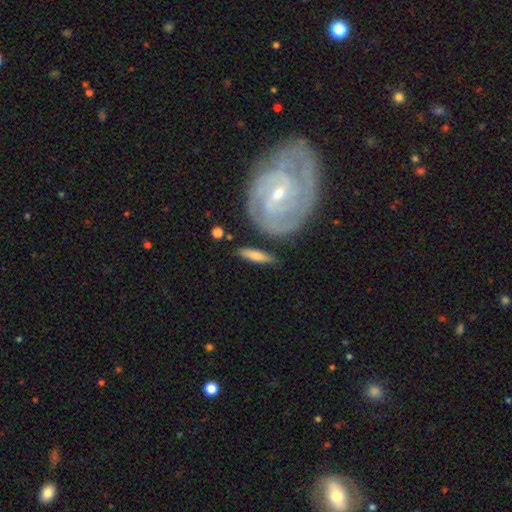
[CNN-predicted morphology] Q: Smooth or featured?
A: smooth (61%); runner-up: featured or disk (33%)
Q: How rounded?
A: cigar-shaped (71%); runner-up: in between (26%)
Q: Merging?
A: none (80%); runner-up: minor disturbance (12%)